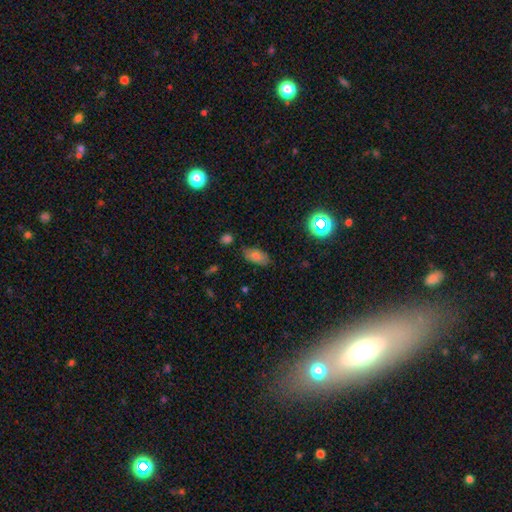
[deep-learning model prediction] This is likely a smooth galaxy (71%). How rounded: clearly in between (90%). Merging: likely none (79%).